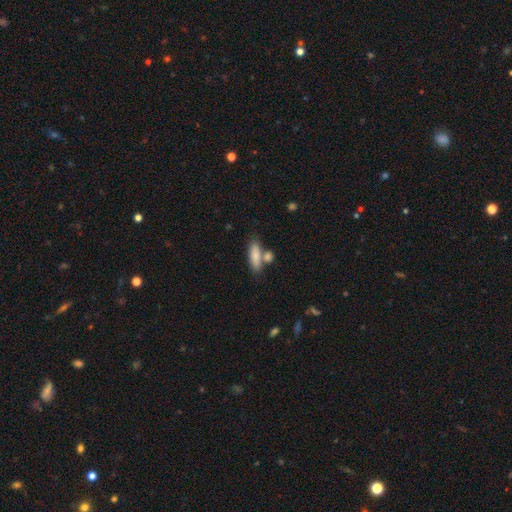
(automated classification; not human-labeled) Smooth or featured?
  - smooth: 82% *
  - featured or disk: 11%
  - star or artifact: 7%
How rounded?
  - in between: 54% *
  - cigar-shaped: 43%
  - round: 3%
Merging?
  - none: 55% *
  - merger: 28%
  - minor disturbance: 13%
  - major disturbance: 4%